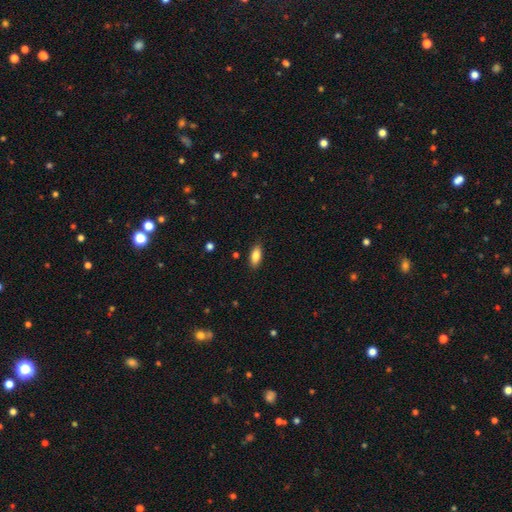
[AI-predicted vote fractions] Overall: smooth (85%). How rounded: in between (85%). Merging: none (86%).